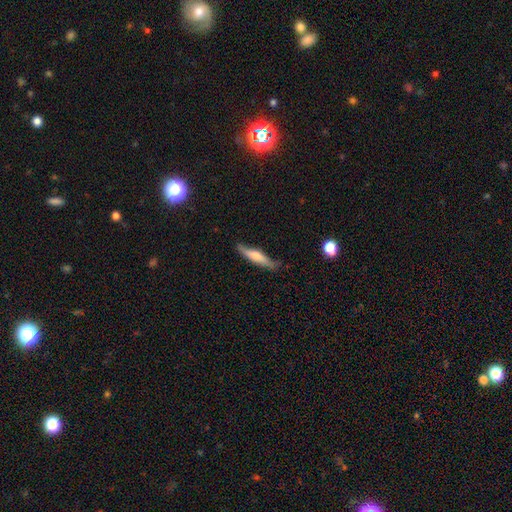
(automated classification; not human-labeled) Overall: smooth (50%; featured or disk 44%). Merging: none (75%).